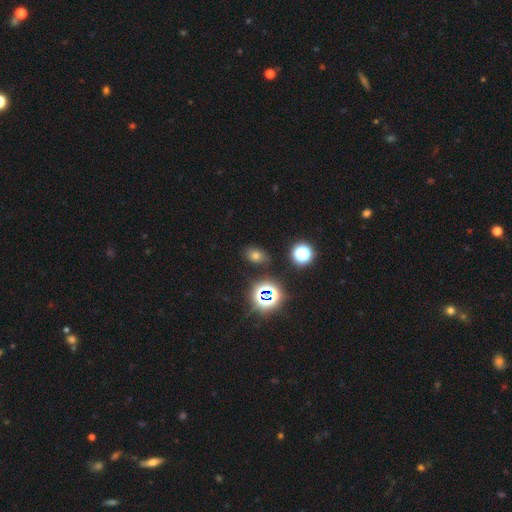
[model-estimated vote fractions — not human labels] Smooth or featured: smooth — 59% (star or artifact — 31%)
How rounded: in between — 71% (round — 27%)
Merging: none — 80% (minor disturbance — 13%)